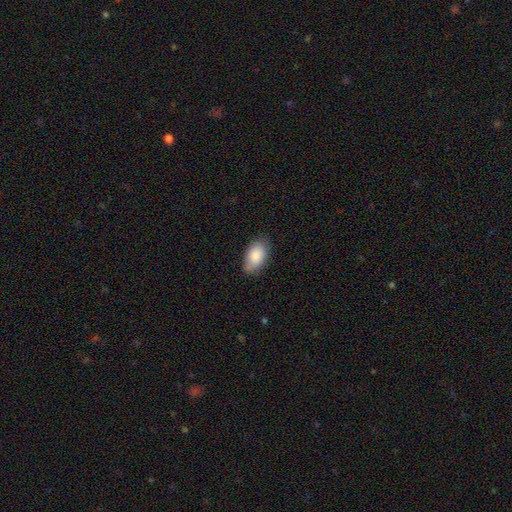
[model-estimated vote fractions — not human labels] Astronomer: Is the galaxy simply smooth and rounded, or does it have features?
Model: smooth — 86%.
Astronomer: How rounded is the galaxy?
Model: in between — 93%.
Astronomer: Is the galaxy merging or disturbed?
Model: none — 75%.